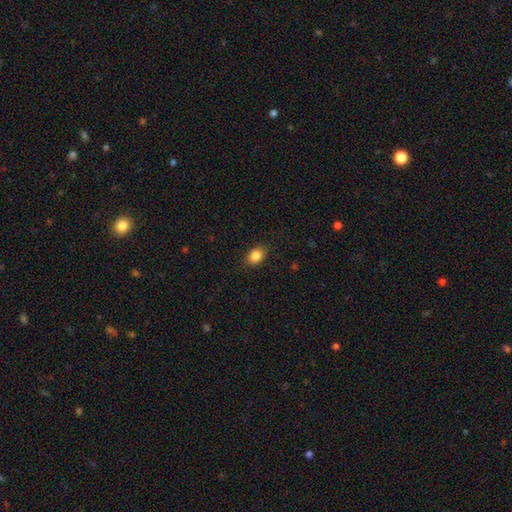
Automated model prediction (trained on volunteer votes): This appears to be a smooth galaxy with no disk features (85%) that is in between round and cigar-shaped (63%). Merging: none (87%).